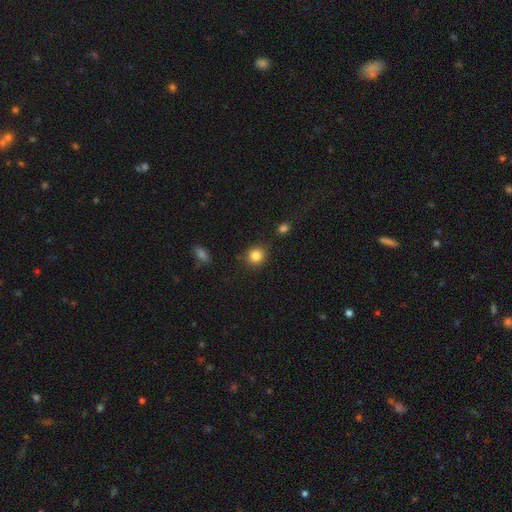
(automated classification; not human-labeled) Smooth or featured? Predicted: smooth (p=0.84). How rounded? Predicted: round (p=0.85). Merging? Predicted: none (p=0.83).